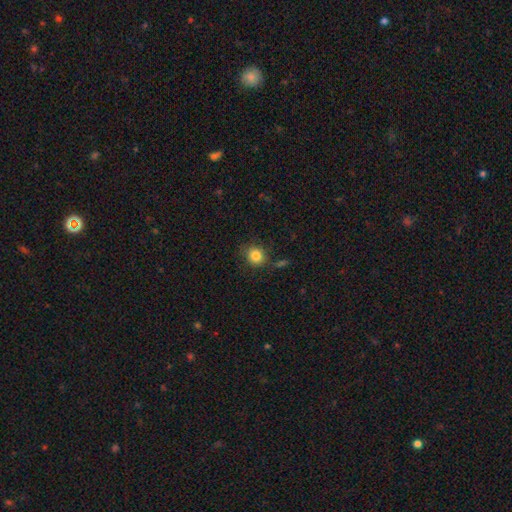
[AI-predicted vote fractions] Smooth or featured? smooth (84%)
How rounded? round (85%)
Merging? none (81%)